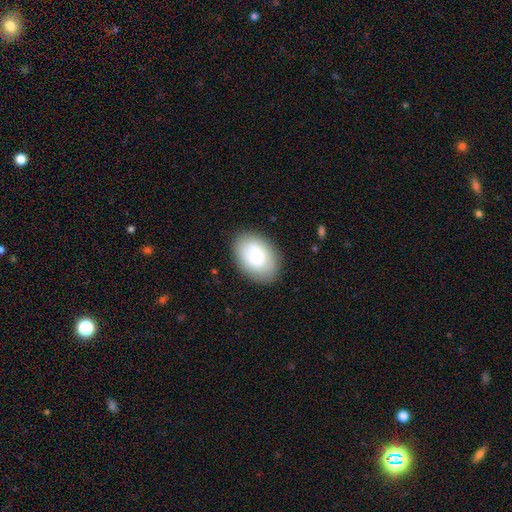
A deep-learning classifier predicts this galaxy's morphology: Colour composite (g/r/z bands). It shows a smooth galaxy with no disk features (74%) that is in between round and cigar-shaped (84%). Merging: none (83%).